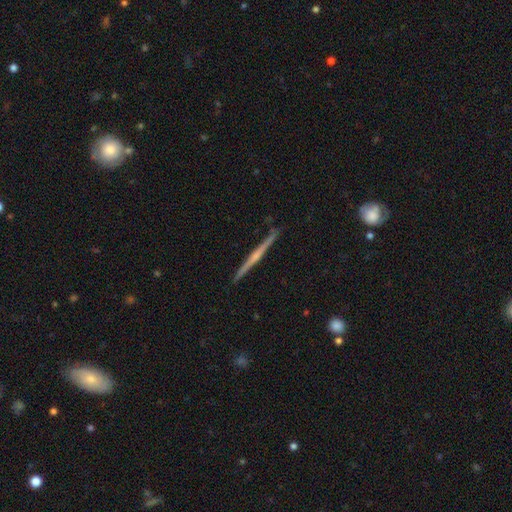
Q: Smooth or featured?
A: featured or disk (80%); runner-up: smooth (12%)
Q: Edge-on disk?
A: yes (100%)
Q: Edge-on bulge?
A: rounded (56%); runner-up: none (34%)
Q: Merging?
A: none (97%); runner-up: merger (3%)